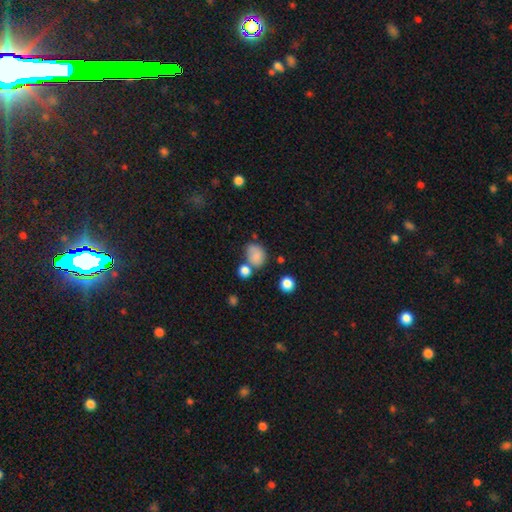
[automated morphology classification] Smooth or featured? Predicted: smooth (p=0.80). How rounded? Predicted: in between (p=0.50). Merging? Predicted: none (p=0.52).